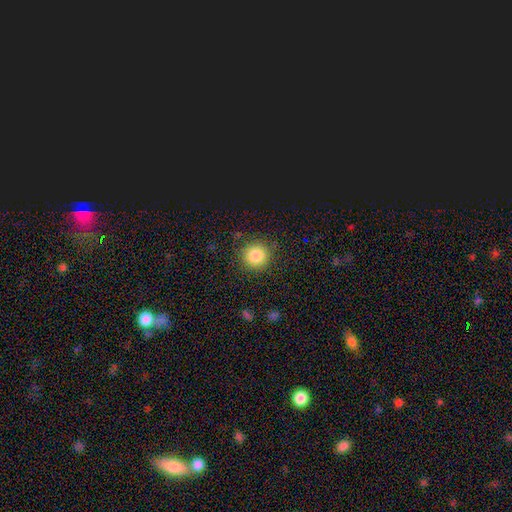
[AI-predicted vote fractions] A smooth galaxy with no disk features (84%) that is round (94%). Merging: none (87%).